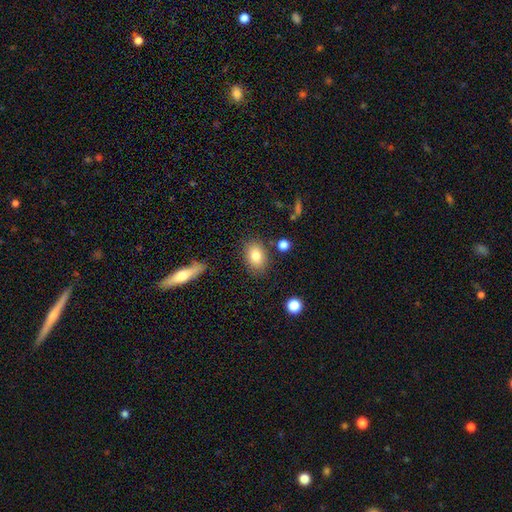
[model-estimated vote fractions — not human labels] Smooth or featured: smooth — 80% (featured or disk — 11%)
How rounded: in between — 70% (round — 28%)
Merging: none — 82% (minor disturbance — 11%)